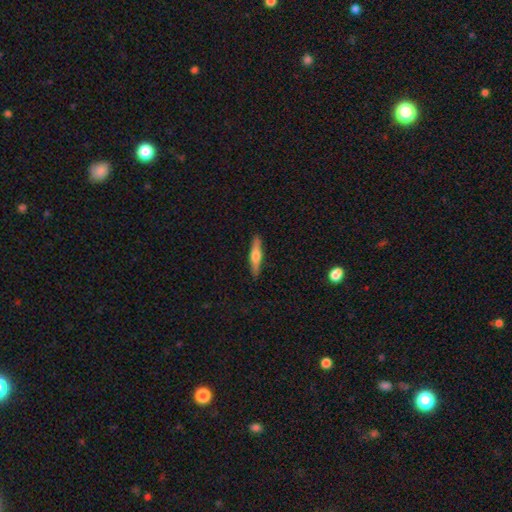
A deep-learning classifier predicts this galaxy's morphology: Overall: smooth (53%; featured or disk 41%). How rounded: cigar-shaped (85%). Merging: none (90%).